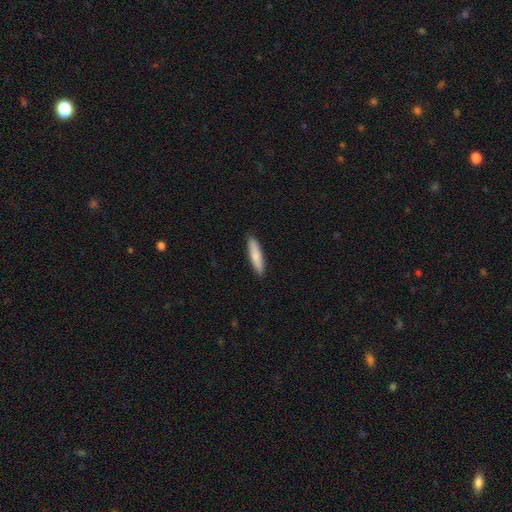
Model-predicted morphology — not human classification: type=smooth (80%); roundness=cigar-shaped (82%); merging=none (91%).